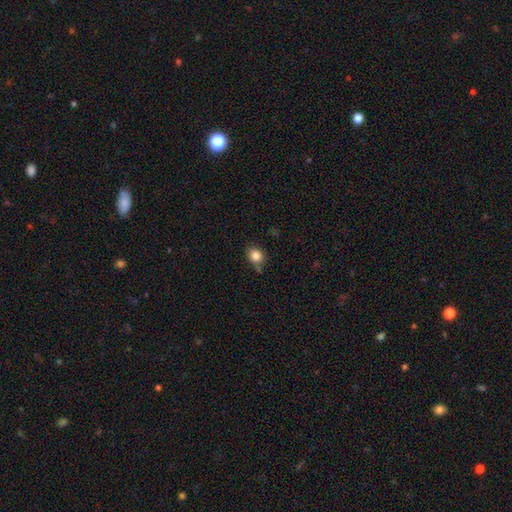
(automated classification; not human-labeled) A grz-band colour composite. It shows a smooth galaxy with no disk features (84%) that is round (66%). Merging: none (72%).